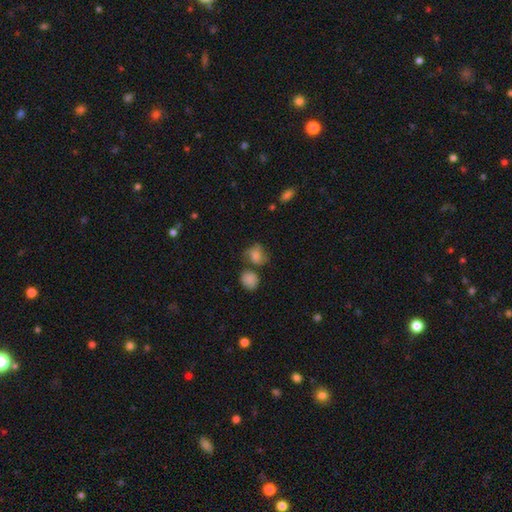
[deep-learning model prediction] A smooth galaxy with no disk features (55%) that is round (59%). Merging: none (50%).